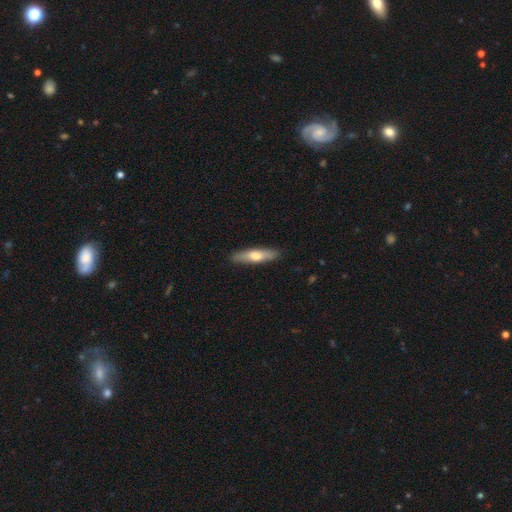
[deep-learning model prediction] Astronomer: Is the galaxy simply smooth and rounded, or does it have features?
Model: smooth — 58% (runner-up: featured or disk, 36%).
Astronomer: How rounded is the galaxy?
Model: cigar-shaped — 74%.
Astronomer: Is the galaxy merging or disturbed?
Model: none — 89%.